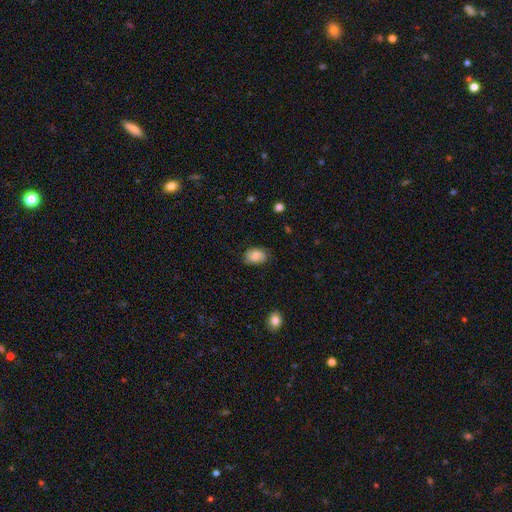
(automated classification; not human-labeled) Overall: smooth (75%). How rounded: in between (80%). Merging: none (73%).